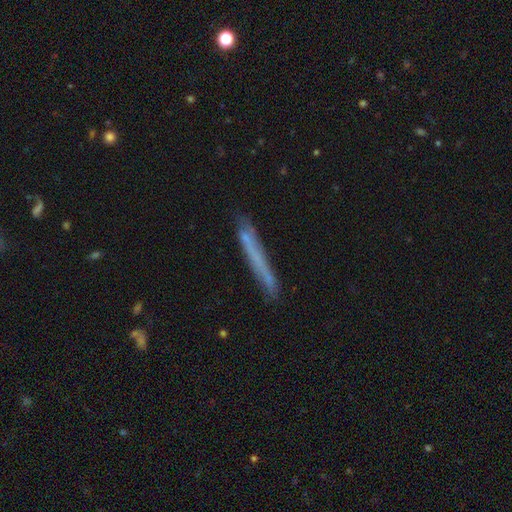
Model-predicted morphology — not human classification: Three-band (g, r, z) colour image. It shows a smooth galaxy with no disk features (57%) that is cigar-shaped (96%). Merging: none (78%).